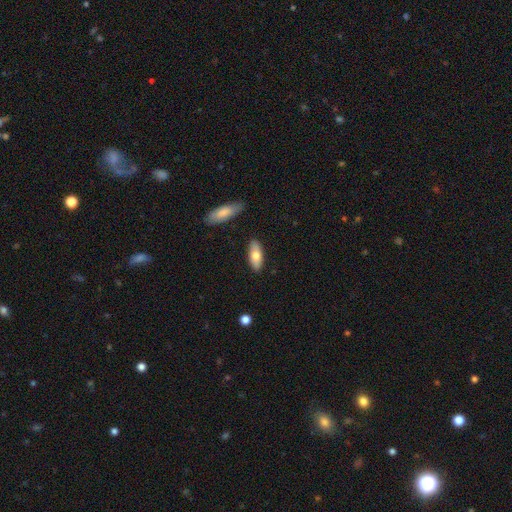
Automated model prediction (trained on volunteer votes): Smooth or featured? smooth (71%)
How rounded? in between (78%)
Merging? none (87%)